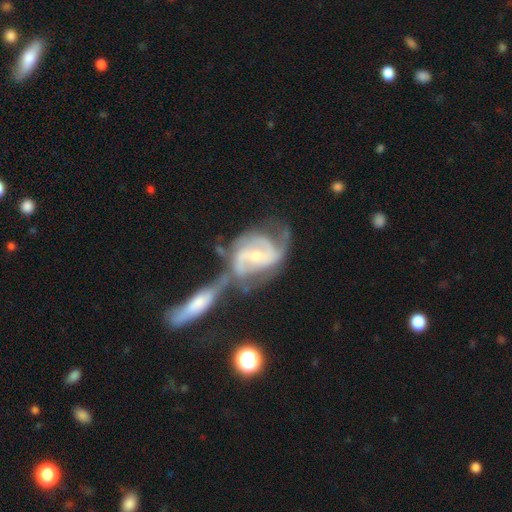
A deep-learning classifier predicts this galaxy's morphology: smooth_or_featured: featured or disk (p=0.87) [alt: smooth p=0.08]
disk_edge_on: no (p=0.96) [alt: yes p=0.04]
bar: weak (p=0.43) [alt: no p=0.34]
has_spiral_arms: yes (p=0.95) [alt: no p=0.05]
spiral_winding: medium (p=0.47) [alt: tight p=0.32]
spiral_arm_count: 2 (p=0.64) [alt: can't tell p=0.14]
bulge_size: small (p=0.59) [alt: moderate p=0.36]
merging: merger (p=0.50) [alt: none p=0.23]